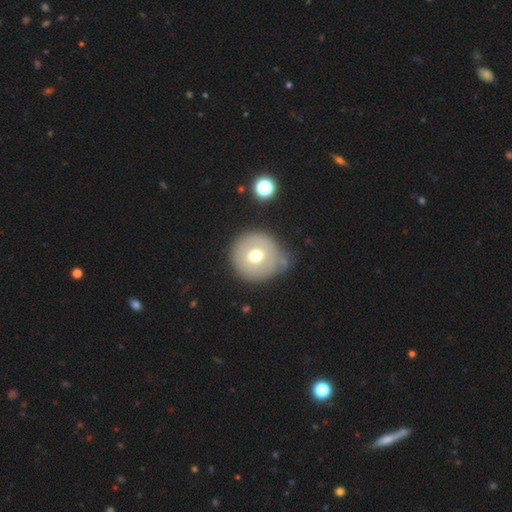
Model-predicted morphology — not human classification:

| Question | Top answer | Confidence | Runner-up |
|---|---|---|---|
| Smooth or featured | smooth | 66% | featured or disk (24%) |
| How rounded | round | 93% | in between (6%) |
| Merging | none | 69% | minor disturbance (18%) |